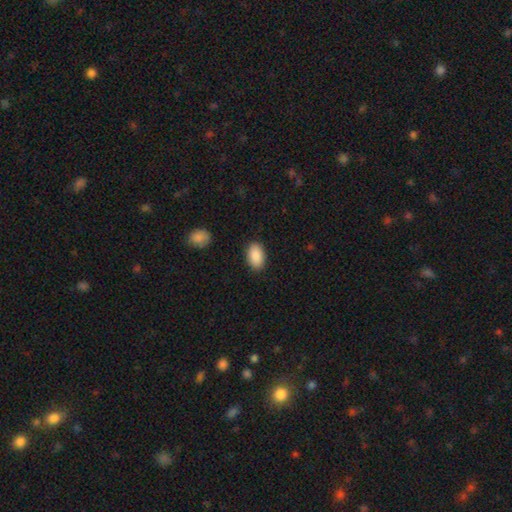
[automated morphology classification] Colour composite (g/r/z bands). It shows a smooth galaxy with no disk features (90%) that is in between round and cigar-shaped (93%). Merging: none (88%).